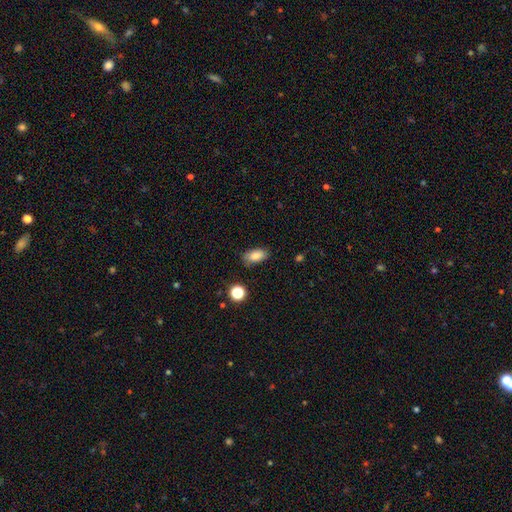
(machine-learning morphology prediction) The model was most divided on "merging": none: 78%, minor disturbance: 16%, major disturbance: 4%, merger: 2%. More confident: how rounded — in between (91%); smooth or featured — smooth (83%).